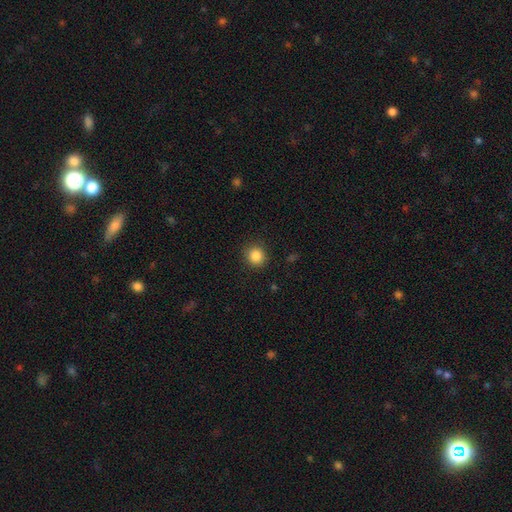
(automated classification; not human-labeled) A smooth galaxy with no disk features (86%) that is round (91%).

Vote fractions:
- Smooth or featured? smooth: 86% / star or artifact: 10% / featured or disk: 4%
- How rounded? round: 91% / in between: 8% / cigar-shaped: 1%
- Merging? none: 89% / minor disturbance: 7% / major disturbance: 2% / merger: 1%